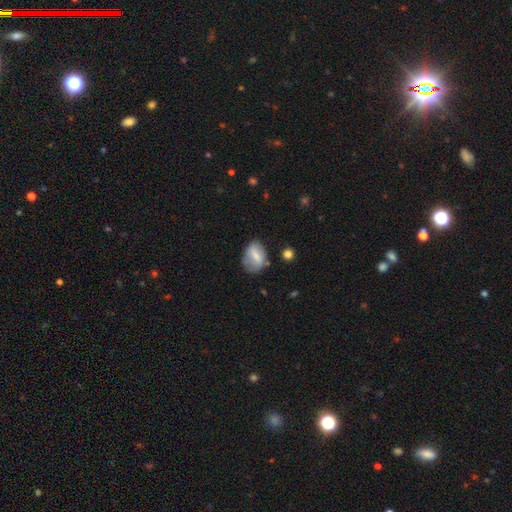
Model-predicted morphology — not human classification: Overall: smooth (62%; featured or disk 30%). How rounded: in between (73%). Merging: none (58%; minor disturbance 28%).